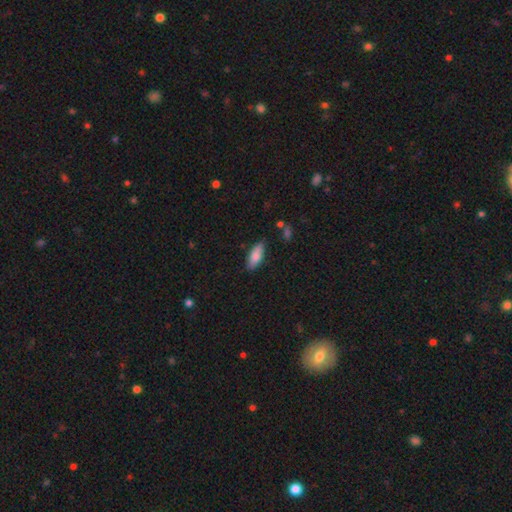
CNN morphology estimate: Smooth or featured? smooth (82%)
How rounded? in between (76%)
Merging? none (81%)